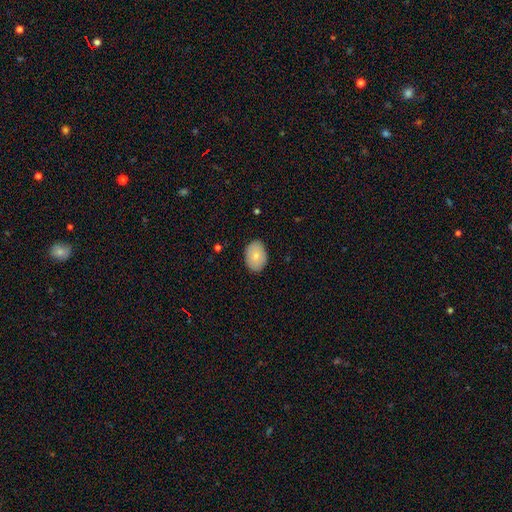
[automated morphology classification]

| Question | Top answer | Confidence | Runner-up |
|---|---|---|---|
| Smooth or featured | smooth | 79% | featured or disk (14%) |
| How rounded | in between | 82% | round (17%) |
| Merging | none | 86% | minor disturbance (11%) |